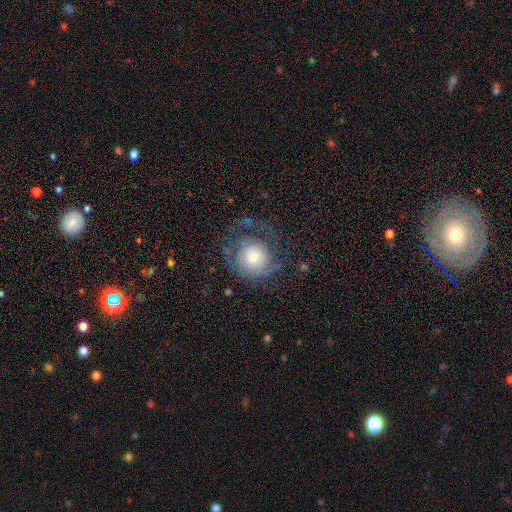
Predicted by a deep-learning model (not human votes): Smooth or featured: featured or disk — 56% (smooth — 35%)
Edge-on disk: no — 97% (yes — 3%)
Bar: no — 83% (weak — 14%)
Spiral arms: yes — 73% (no — 27%)
Bulge size: moderate — 48% (small — 40%)
Merging: none — 55% (major disturbance — 25%)